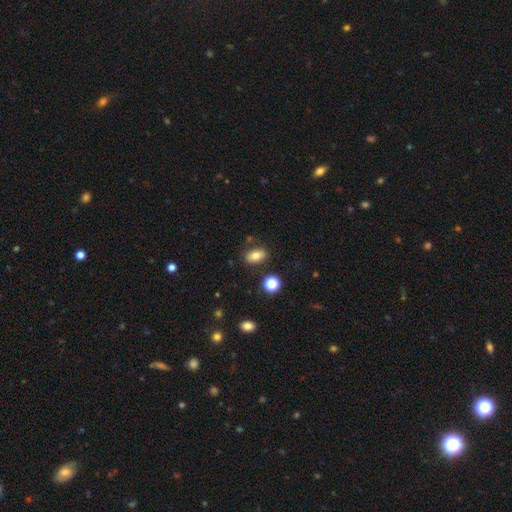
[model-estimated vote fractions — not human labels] Morphology: type=smooth (78%); roundness=in between (85%); merging=none (81%).